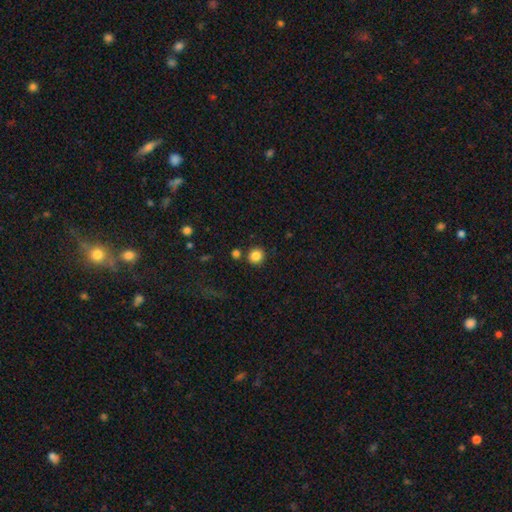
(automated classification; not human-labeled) Smooth or featured? Predicted: smooth (p=0.85). How rounded? Predicted: round (p=0.87). Merging? Predicted: none (p=0.84).